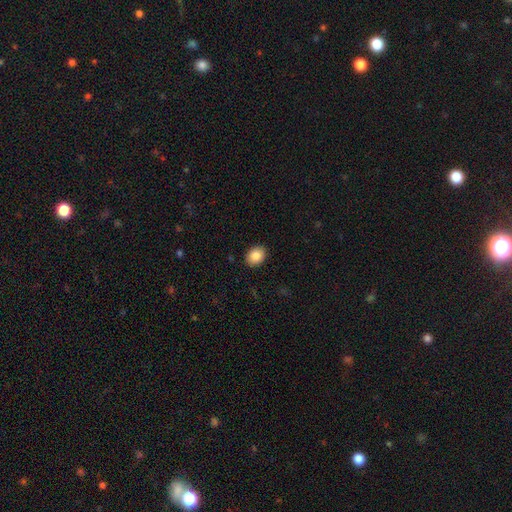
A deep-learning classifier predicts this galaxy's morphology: This is clearly a smooth galaxy (87%). How rounded: likely in between (62%). Merging: clearly none (90%).